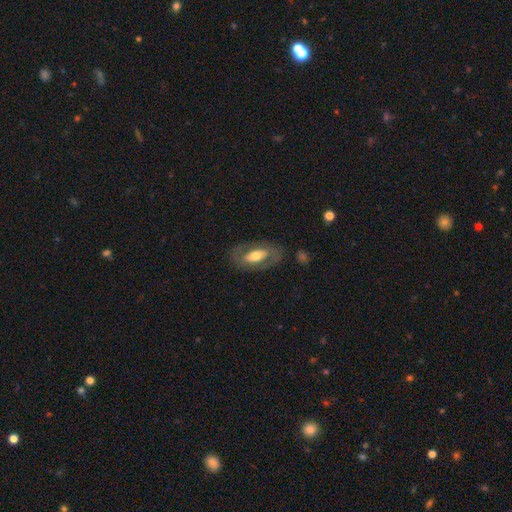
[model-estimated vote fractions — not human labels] Morphology: type=featured or disk (55%); edge-on=no (87%); merging=none (78%).